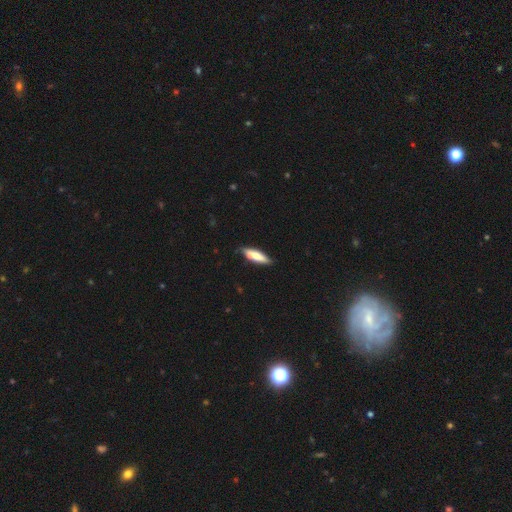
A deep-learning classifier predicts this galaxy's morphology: A smooth galaxy with no disk features (72%) that is cigar-shaped (61%). Merging: none (77%).